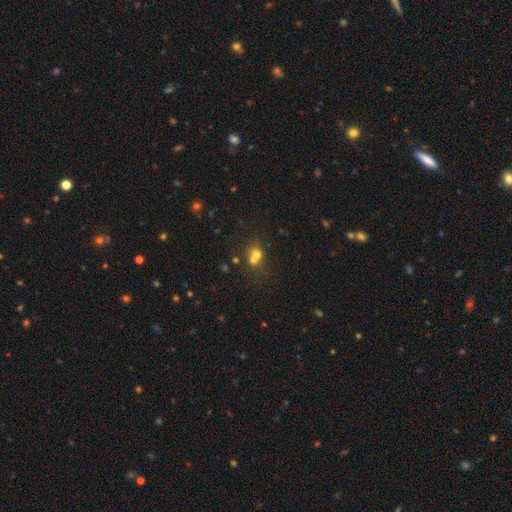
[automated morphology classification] A smooth galaxy with no disk features (61%) that is round (72%). Merging: merger (59%).